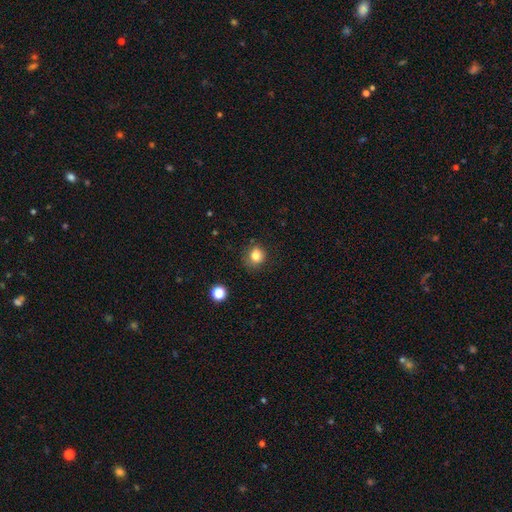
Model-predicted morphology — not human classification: smooth 82%, star or artifact 12%, featured or disk 6%. Down the decision tree: how rounded — round (82%); merging — none (80%).